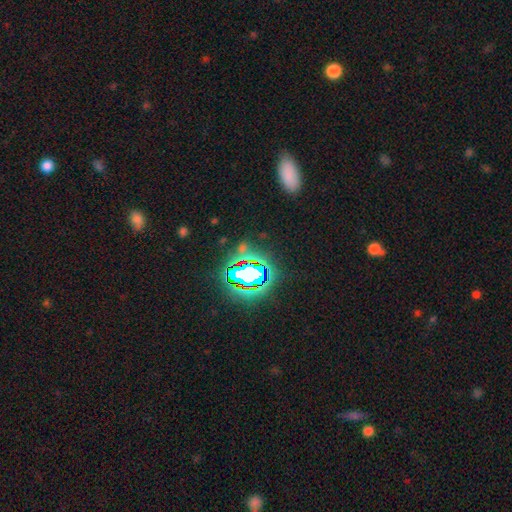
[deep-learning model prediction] Smooth or featured?
  - star or artifact: 72% *
  - smooth: 19%
  - featured or disk: 8%